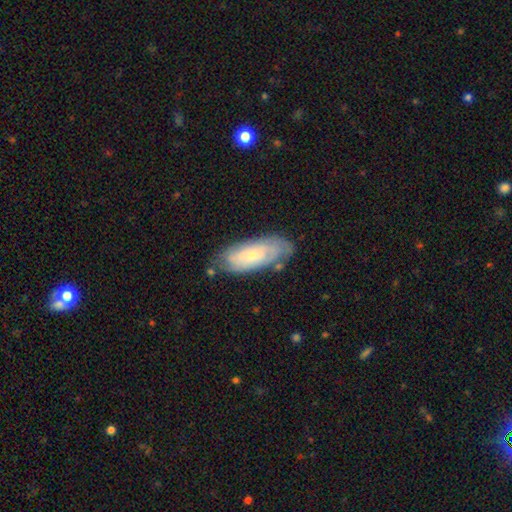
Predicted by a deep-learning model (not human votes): featured or disk 49%, smooth 43%, star or artifact 8%. Down the decision tree: merging — none (73%).